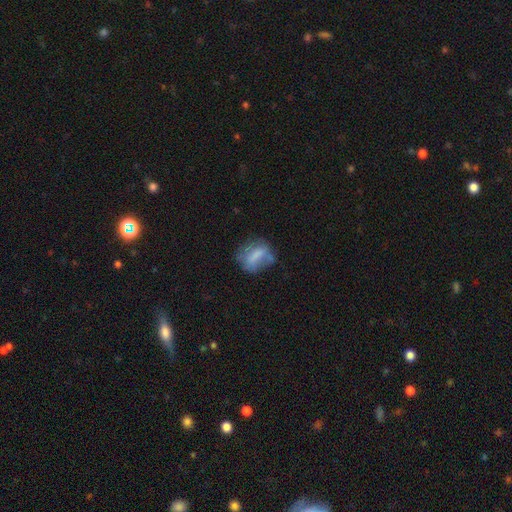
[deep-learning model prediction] Q: Smooth or featured?
A: smooth (60%); runner-up: featured or disk (30%)
Q: How rounded?
A: in between (63%); runner-up: round (31%)
Q: Merging?
A: none (45%); runner-up: minor disturbance (29%)